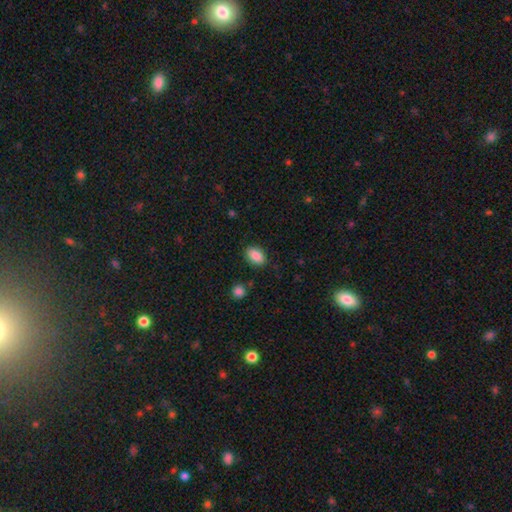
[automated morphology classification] Smooth or featured? Predicted: smooth (p=0.88). How rounded? Predicted: in between (p=0.86). Merging? Predicted: none (p=0.86).